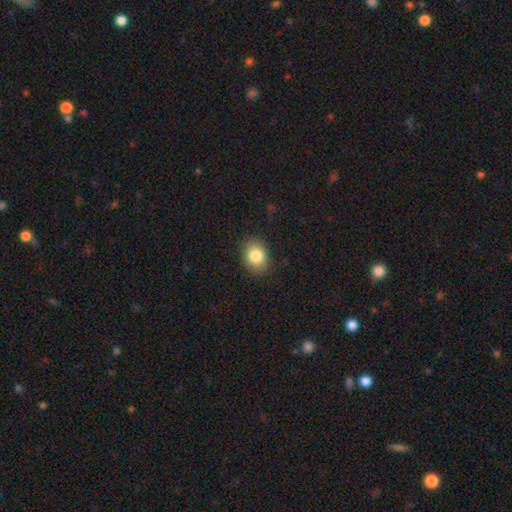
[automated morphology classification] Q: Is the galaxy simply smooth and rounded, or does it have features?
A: smooth — 84%.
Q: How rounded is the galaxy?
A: in between — 56%.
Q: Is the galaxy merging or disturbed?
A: none — 86%.